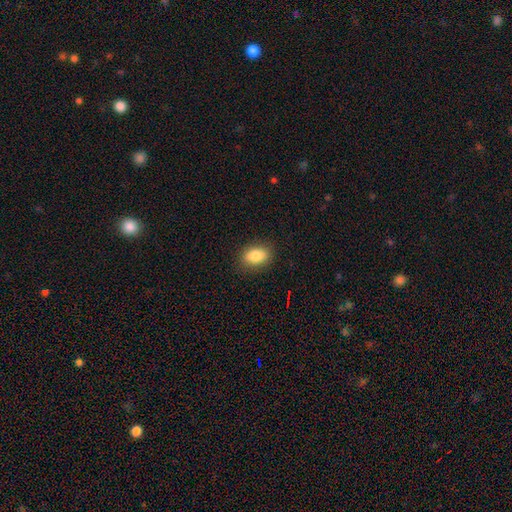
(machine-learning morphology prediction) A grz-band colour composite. It shows a smooth galaxy with no disk features (84%) that is in between round and cigar-shaped (83%). Merging: none (87%).